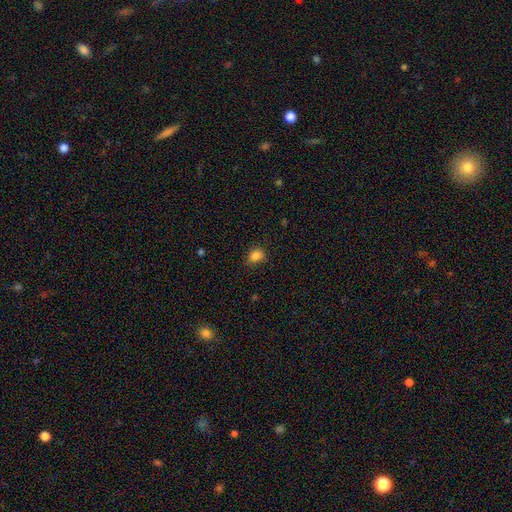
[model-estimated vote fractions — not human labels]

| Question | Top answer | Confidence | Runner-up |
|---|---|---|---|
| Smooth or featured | smooth | 84% | star or artifact (12%) |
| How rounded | round | 54% | in between (45%) |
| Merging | none | 76% | minor disturbance (18%) |